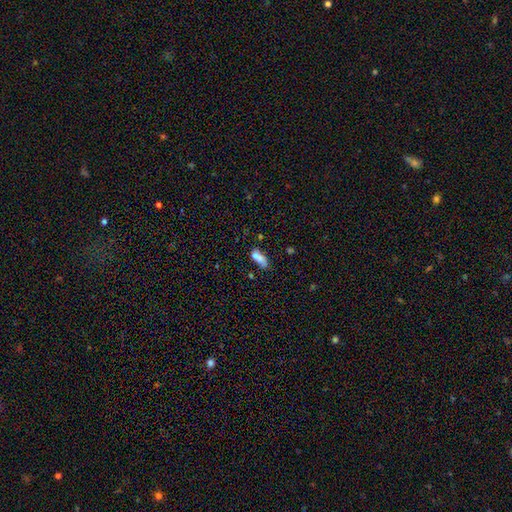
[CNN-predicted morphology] smooth_or_featured: smooth (p=0.68) [alt: featured or disk p=0.19]
how_rounded: in between (p=0.71) [alt: cigar-shaped p=0.19]
merging: merger (p=0.45) [alt: none p=0.31]